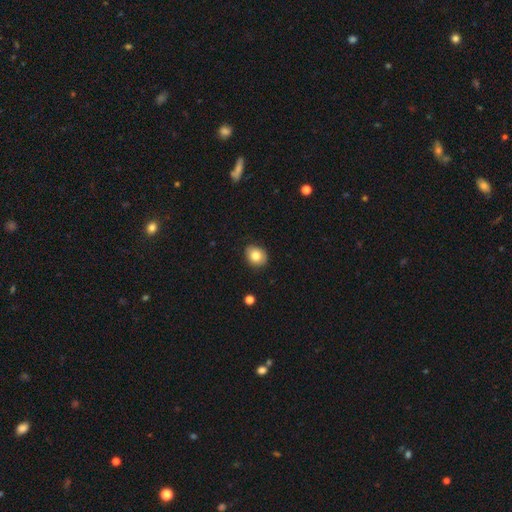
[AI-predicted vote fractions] A smooth galaxy with no disk features (81%) that is round (59%). Merging: none (84%).